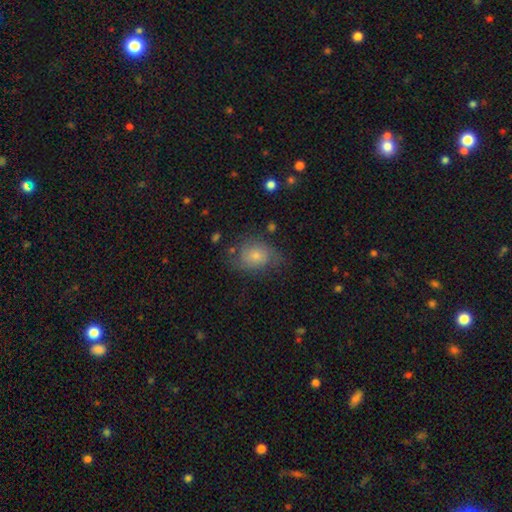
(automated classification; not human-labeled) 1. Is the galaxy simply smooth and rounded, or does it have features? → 51% smooth, 36% featured or disk, 13% star or artifact.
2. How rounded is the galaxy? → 51% in between, 48% round, 1% cigar-shaped.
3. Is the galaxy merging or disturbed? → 60% none, 25% minor disturbance, 13% major disturbance, 2% merger.